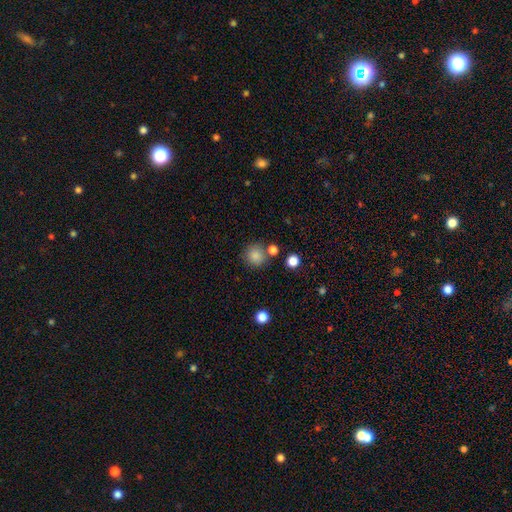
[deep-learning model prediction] smooth-or-featured: smooth: 84% | star or artifact: 11% | featured or disk: 5%
  how-rounded: round: 92% | in between: 7% | cigar-shaped: 1%
  merging: none: 76% | merger: 12% | minor disturbance: 9% | major disturbance: 3%